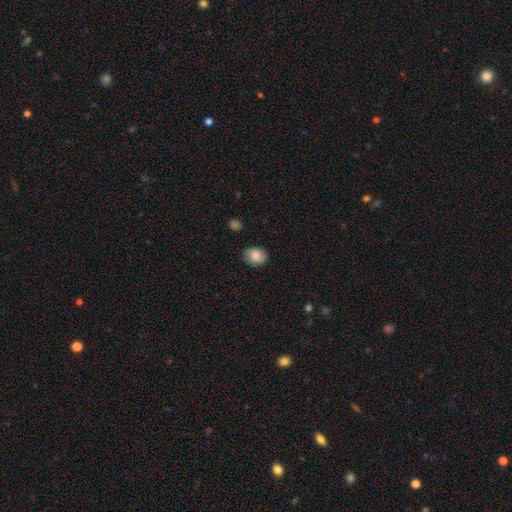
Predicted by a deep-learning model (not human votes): A smooth galaxy with no disk features (78%) that is in between round and cigar-shaped (51%).

Vote fractions:
- Smooth or featured? smooth: 78% / featured or disk: 14% / star or artifact: 8%
- How rounded? in between: 51% / round: 48% / cigar-shaped: 1%
- Merging? none: 80% / minor disturbance: 16% / major disturbance: 3% / merger: 1%